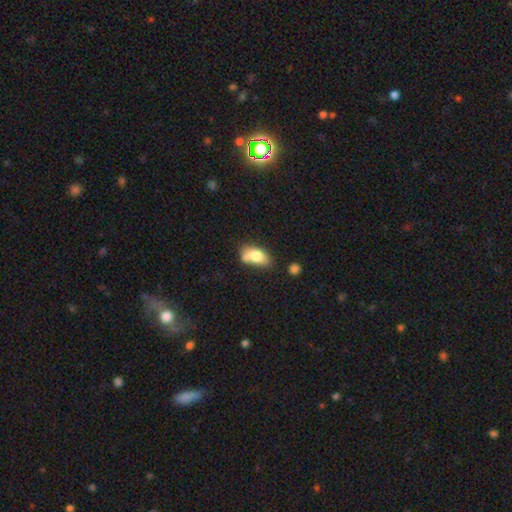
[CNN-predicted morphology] A smooth galaxy with no disk features (74%) that is in between round and cigar-shaped (87%). Merging: none (40%).